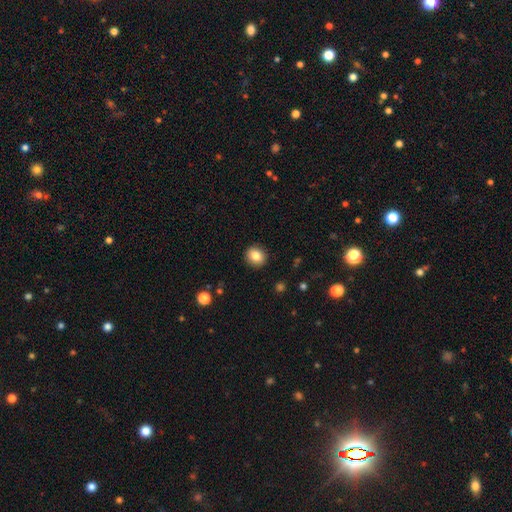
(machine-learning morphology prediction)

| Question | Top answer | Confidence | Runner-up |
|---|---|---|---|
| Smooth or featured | smooth | 84% | star or artifact (9%) |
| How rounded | round | 78% | in between (21%) |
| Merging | none | 91% | minor disturbance (6%) |